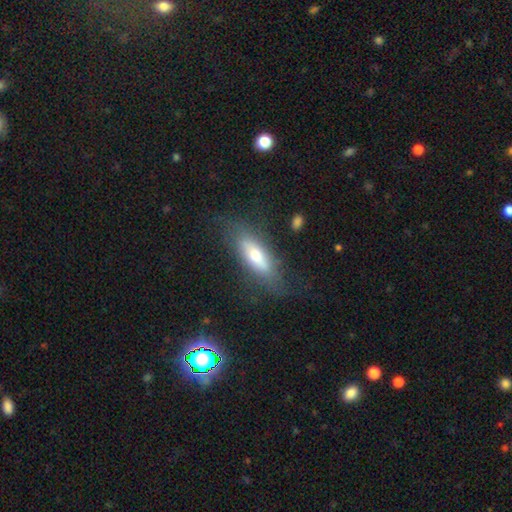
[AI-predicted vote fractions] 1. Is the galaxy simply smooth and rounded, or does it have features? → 57% smooth, 36% featured or disk, 7% star or artifact.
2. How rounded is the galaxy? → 57% in between, 41% cigar-shaped, 2% round.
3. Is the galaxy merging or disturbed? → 69% none, 19% minor disturbance, 10% major disturbance, 2% merger.